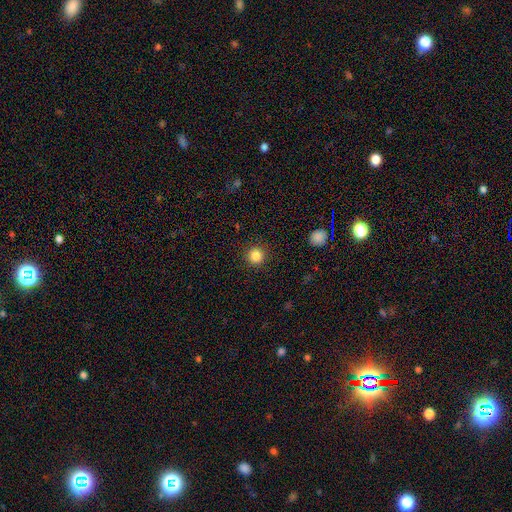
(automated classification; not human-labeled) smooth 85%, star or artifact 11%, featured or disk 4%. Down the decision tree: how rounded — round (95%); merging — none (92%).